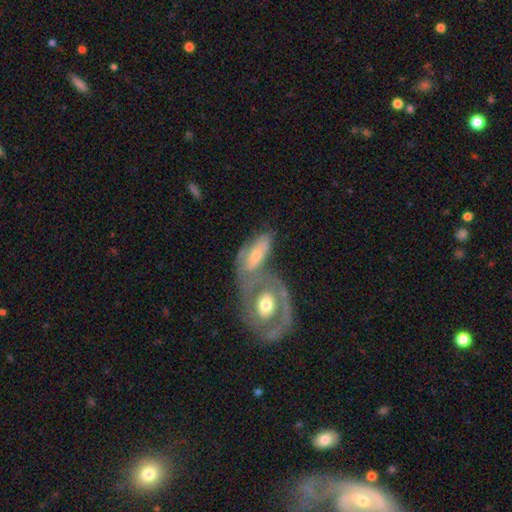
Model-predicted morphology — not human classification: smooth_or_featured: featured or disk (p=0.60) [alt: smooth p=0.34]
disk_edge_on: no (p=0.89) [alt: yes p=0.11]
bar: no (p=0.73) [alt: weak p=0.19]
has_spiral_arms: no (p=0.55) [alt: yes p=0.45]
bulge_size: moderate (p=0.64) [alt: small p=0.23]
merging: merger (p=0.52) [alt: none p=0.28]